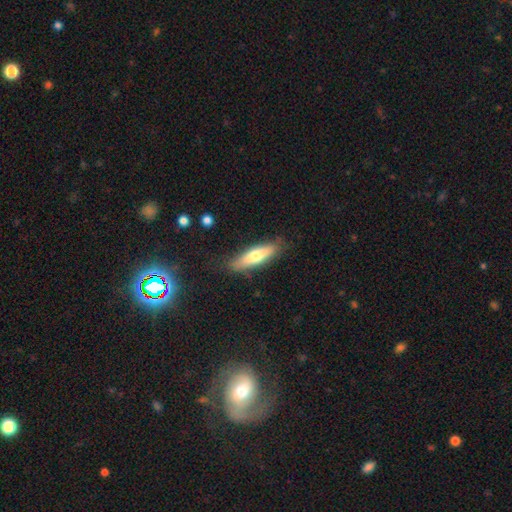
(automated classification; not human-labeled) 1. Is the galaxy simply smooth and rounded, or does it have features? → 65% smooth, 30% featured or disk, 6% star or artifact.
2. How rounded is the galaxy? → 61% cigar-shaped, 37% in between, 2% round.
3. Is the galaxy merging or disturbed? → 81% none, 14% minor disturbance, 3% major disturbance, 2% merger.